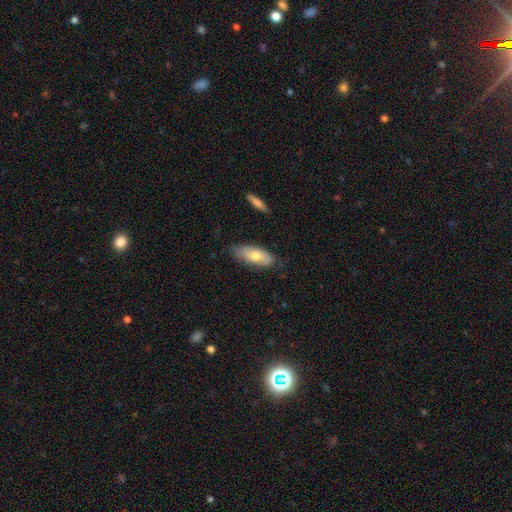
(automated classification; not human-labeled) A smooth galaxy with no disk features (68%) that is in between round and cigar-shaped (75%). Merging: none (74%).